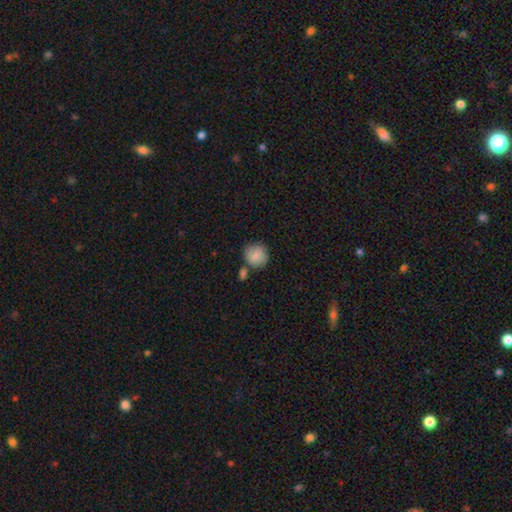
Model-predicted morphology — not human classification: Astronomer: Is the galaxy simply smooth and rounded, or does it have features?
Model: smooth — 84%.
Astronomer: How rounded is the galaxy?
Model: round — 87%.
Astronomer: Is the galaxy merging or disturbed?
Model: none — 64%.